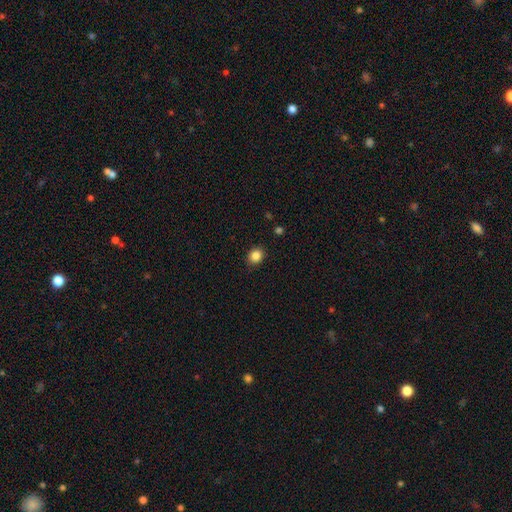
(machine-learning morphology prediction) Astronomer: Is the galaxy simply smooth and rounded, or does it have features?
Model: smooth — 85%.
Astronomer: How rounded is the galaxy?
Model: round — 72%.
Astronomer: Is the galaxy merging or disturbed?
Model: none — 89%.